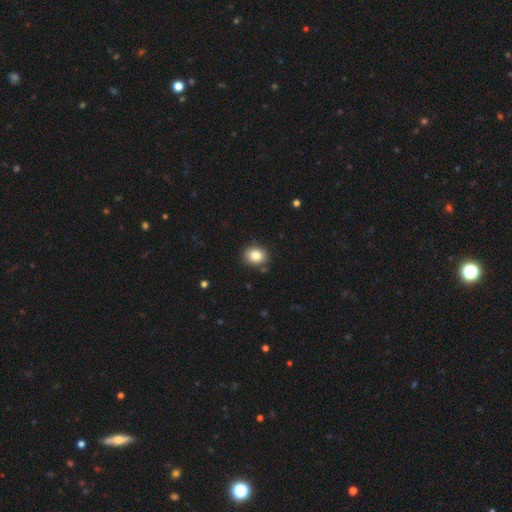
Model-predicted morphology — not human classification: A smooth galaxy with no disk features (84%) that is round (59%).

Vote fractions:
- Smooth or featured? smooth: 84% / star or artifact: 10% / featured or disk: 6%
- How rounded? round: 59% / in between: 40% / cigar-shaped: 1%
- Merging? none: 85% / minor disturbance: 10% / merger: 3% / major disturbance: 2%